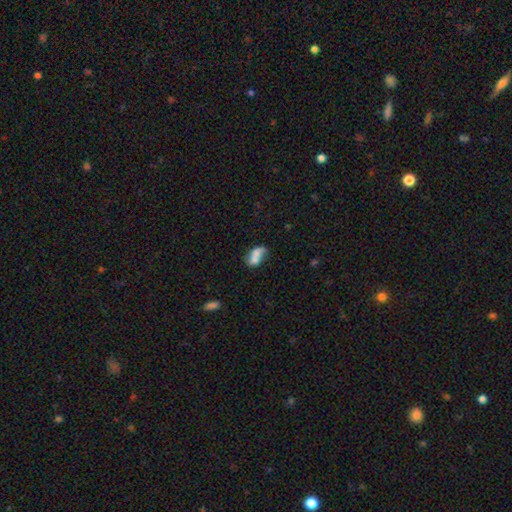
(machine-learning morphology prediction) Smooth or featured?
  - smooth: 63% *
  - featured or disk: 27%
  - star or artifact: 10%
How rounded?
  - in between: 81% *
  - round: 13%
  - cigar-shaped: 6%
Merging?
  - merger: 48% *
  - none: 25%
  - minor disturbance: 14%
  - major disturbance: 13%